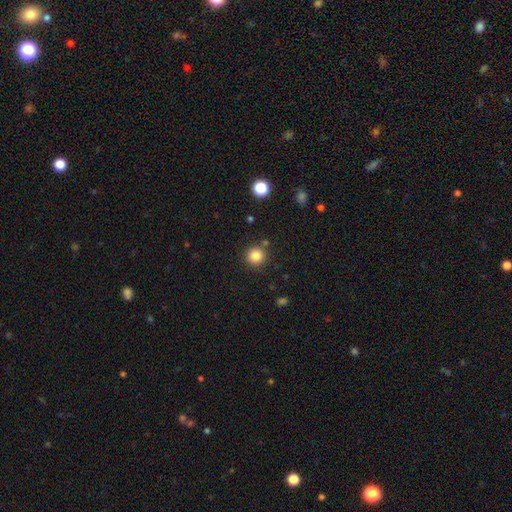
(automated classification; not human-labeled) smooth 83%, star or artifact 12%, featured or disk 5%. Down the decision tree: how rounded — round (94%); merging — none (87%).